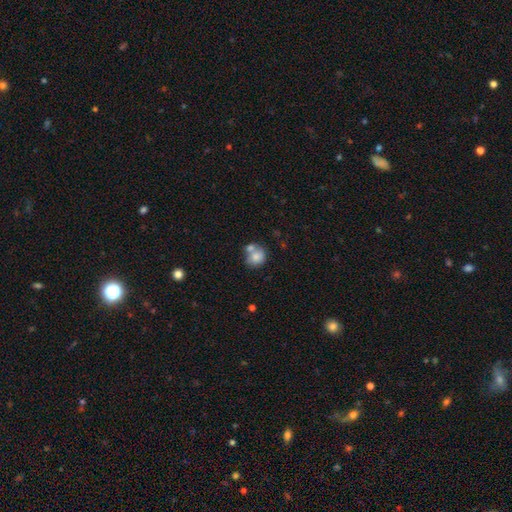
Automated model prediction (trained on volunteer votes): Smooth or featured? smooth (75%)
How rounded? round (73%)
Merging? merger (44%)